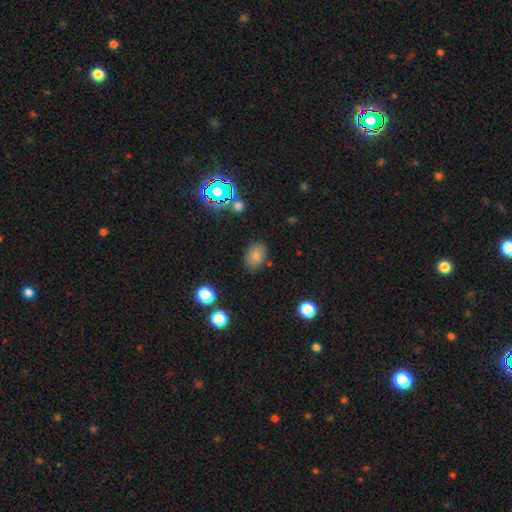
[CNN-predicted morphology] A smooth galaxy with no disk features (78%) that is in between round and cigar-shaped (81%). Merging: none (82%).